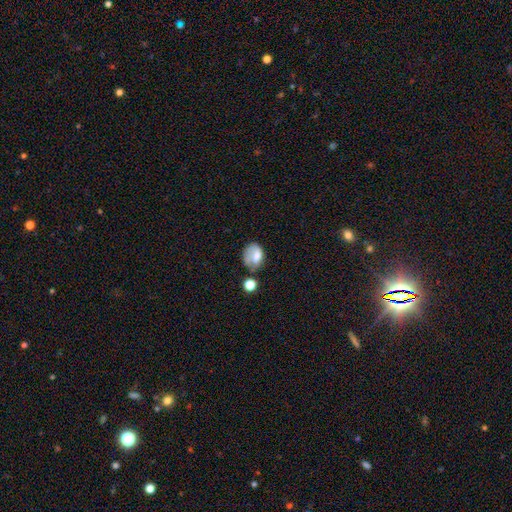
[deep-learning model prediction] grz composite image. It shows a smooth galaxy with no disk features (63%) that is in between round and cigar-shaped (72%). Merging: none (37%).